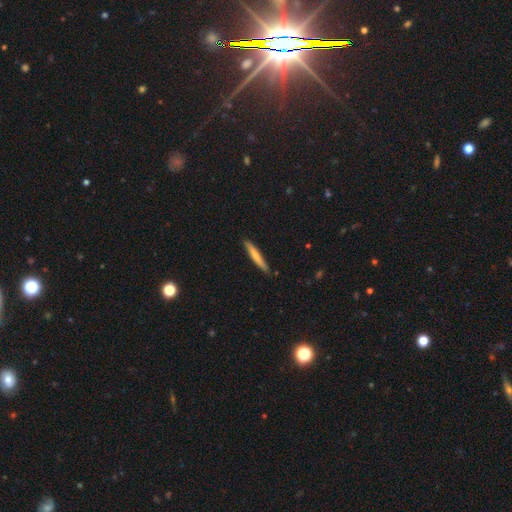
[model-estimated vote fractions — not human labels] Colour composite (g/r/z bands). It shows a smooth galaxy with no disk features (61%) that is cigar-shaped (94%). Merging: none (87%).